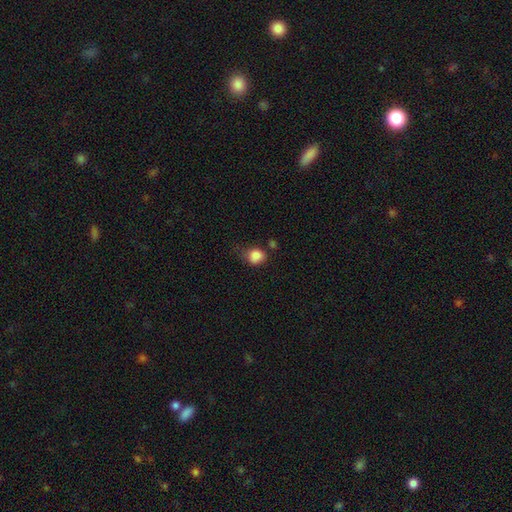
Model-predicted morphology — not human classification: smooth_or_featured: smooth (p=0.86) [alt: star or artifact p=0.10]
how_rounded: round (p=0.68) [alt: in between p=0.31]
merging: none (p=0.53) [alt: minor disturbance p=0.30]